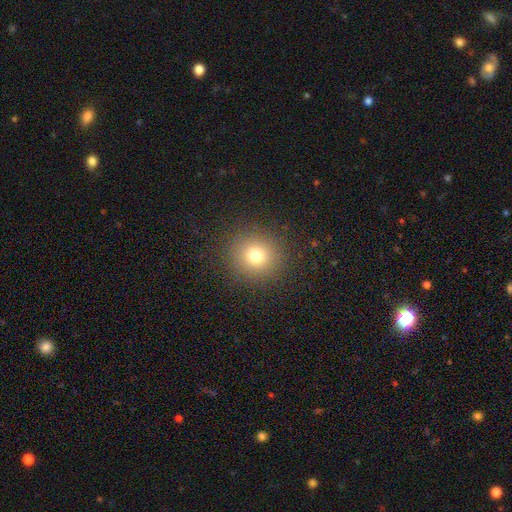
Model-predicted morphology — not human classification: smooth-or-featured: smooth: 75% | star or artifact: 16% | featured or disk: 9%
  how-rounded: round: 92% | in between: 7% | cigar-shaped: 1%
  merging: none: 90% | minor disturbance: 6% | major disturbance: 3% | merger: 1%